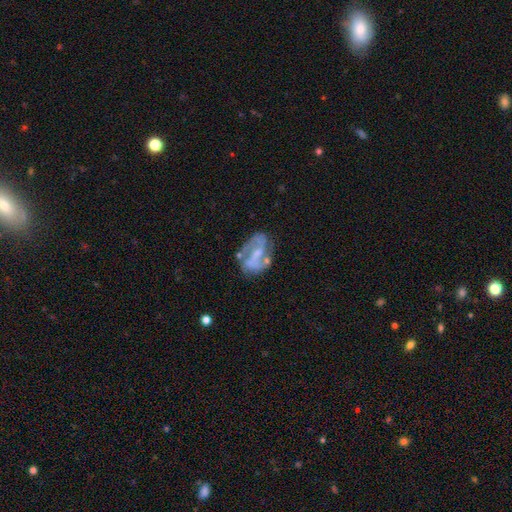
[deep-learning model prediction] Morphology: type=featured or disk (74%); edge-on=no (97%); bar=weak (42%); spiral arms=yes (77%); winding=medium (44%); arm count=2 (77%); bulge=small (42%); merging=none (54%).